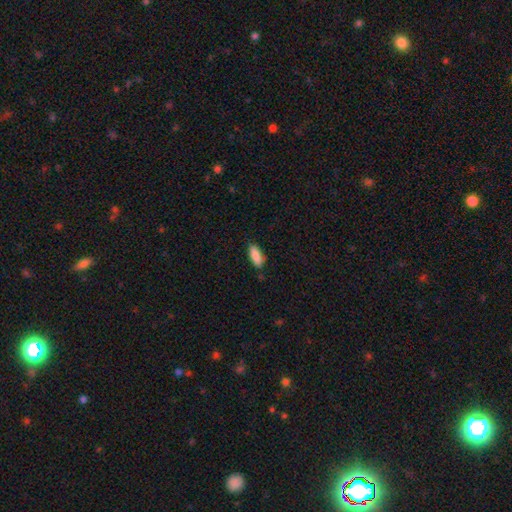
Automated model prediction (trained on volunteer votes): smooth_or_featured: smooth (p=0.88) [alt: star or artifact p=0.07]
how_rounded: in between (p=0.68) [alt: cigar-shaped p=0.30]
merging: none (p=0.81) [alt: minor disturbance p=0.15]